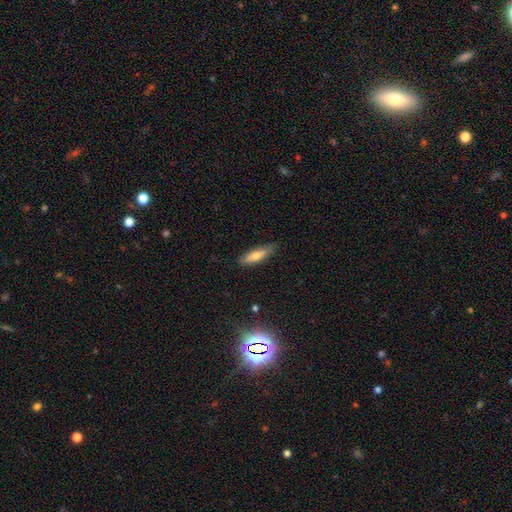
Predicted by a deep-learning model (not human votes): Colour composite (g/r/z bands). It shows a smooth galaxy with no disk features (64%) that is cigar-shaped (64%). Merging: none (82%).